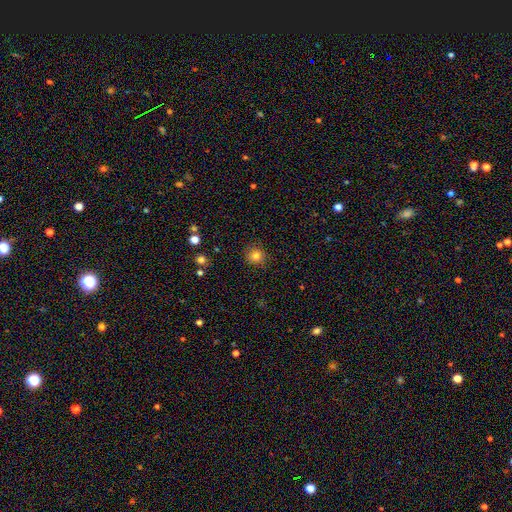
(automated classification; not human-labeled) Smooth or featured: smooth — 81% (star or artifact — 13%)
How rounded: round — 93% (in between — 6%)
Merging: none — 89% (minor disturbance — 7%)